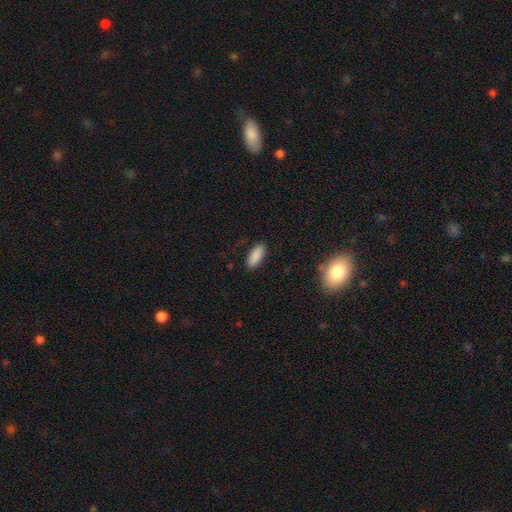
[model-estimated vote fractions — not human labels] smooth 89%, star or artifact 7%, featured or disk 4%. Down the decision tree: how rounded — in between (81%); merging — none (88%).